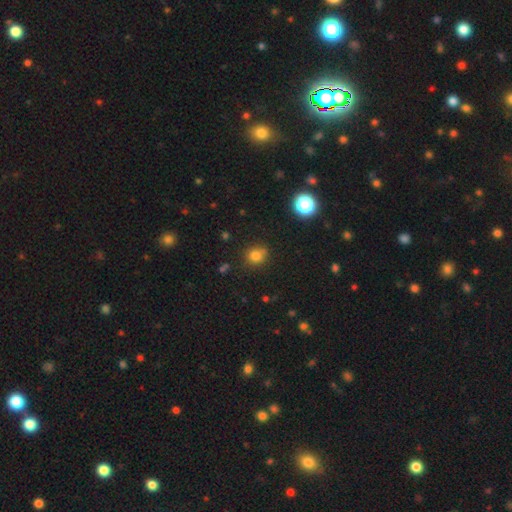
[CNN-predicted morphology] Overall: smooth (78%). How rounded: round (76%). Merging: none (71%).